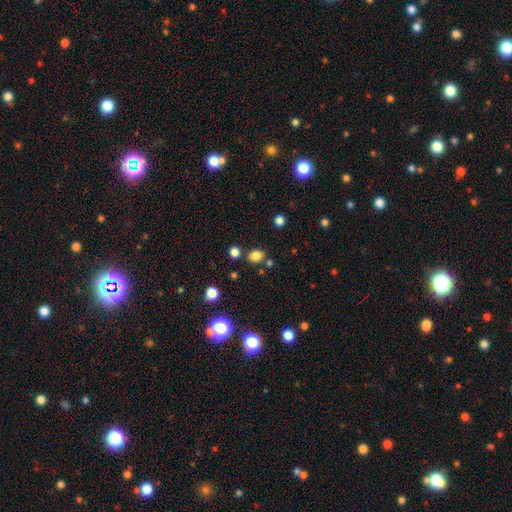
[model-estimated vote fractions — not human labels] Smooth or featured?
  - smooth: 81% *
  - star or artifact: 14%
  - featured or disk: 5%
How rounded?
  - round: 57% *
  - in between: 42%
  - cigar-shaped: 1%
Merging?
  - none: 79% *
  - minor disturbance: 10%
  - merger: 8%
  - major disturbance: 3%